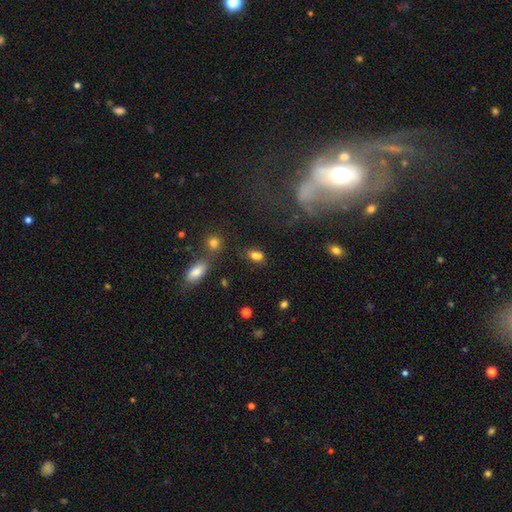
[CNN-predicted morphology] This appears to be a smooth galaxy with no disk features (76%) that is in between round and cigar-shaped (80%). Merging: none (53%).